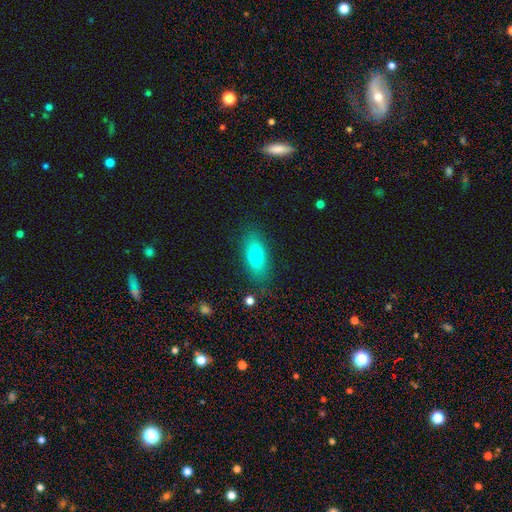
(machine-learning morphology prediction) Smooth or featured? Predicted: smooth (p=0.74). How rounded? Predicted: in between (p=0.78). Merging? Predicted: none (p=0.84).